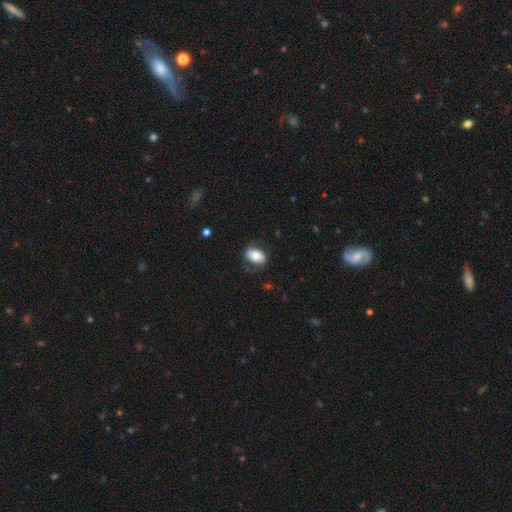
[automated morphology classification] Smooth or featured? smooth (65%)
How rounded? in between (84%)
Merging? none (74%)